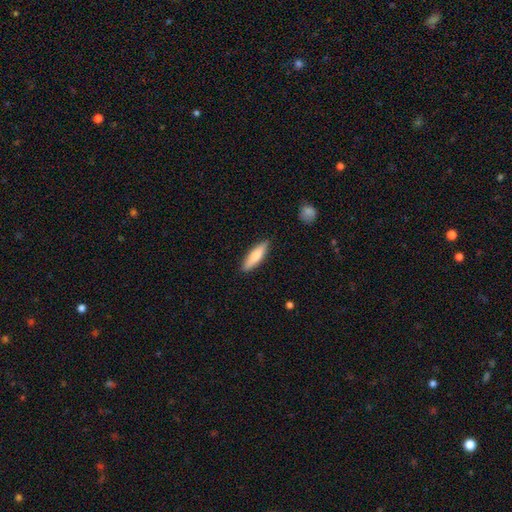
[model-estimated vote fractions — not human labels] A smooth galaxy with no disk features (72%) that is cigar-shaped (70%). Merging: none (89%).